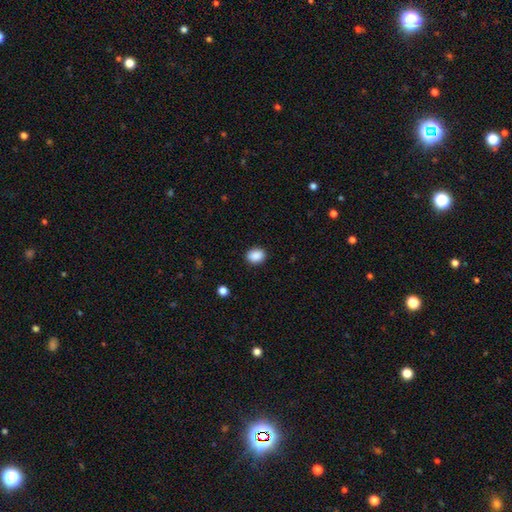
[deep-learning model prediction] smooth 89%, star or artifact 8%, featured or disk 3%. Down the decision tree: how rounded — in between (60%); merging — none (89%).